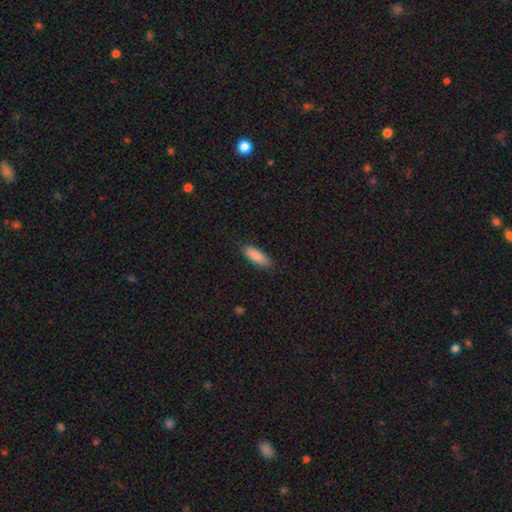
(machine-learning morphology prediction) Overall: smooth (88%). How rounded: in between (63%; cigar-shaped 35%). Merging: none (84%).